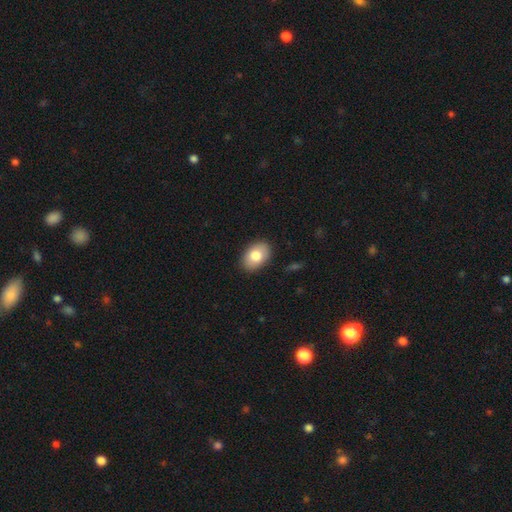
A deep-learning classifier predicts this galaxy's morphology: This appears to be a smooth galaxy with no disk features (80%) that is in between round and cigar-shaped (85%). Merging: none (89%).